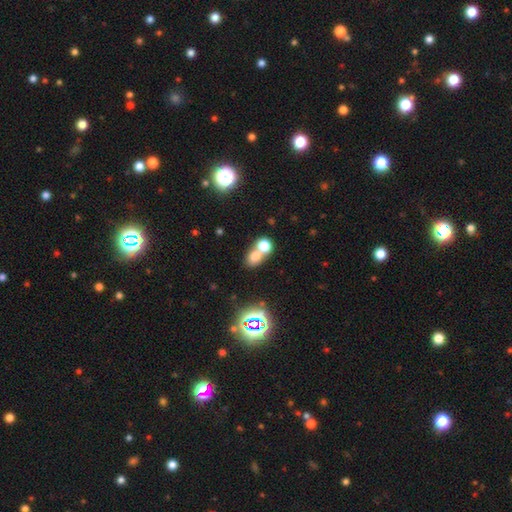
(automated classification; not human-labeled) This appears to be a smooth galaxy with no disk features (68%) that is round (58%). Merging: merger (63%).